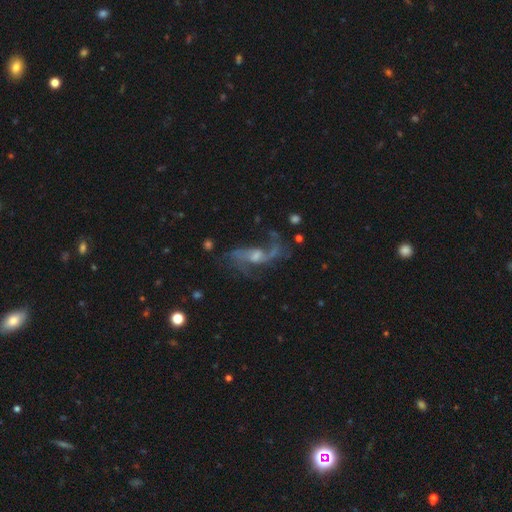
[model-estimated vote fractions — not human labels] The model was most divided on "bulge size": moderate: 45%, small: 40%, none: 7%, large: 6%, dominant: 2%. More confident: edge-on disk — no (91%); spiral arms — yes (89%); smooth or featured — featured or disk (80%); spiral winding — loose (77%); spiral arm count — 2 (74%); bar — no (52%); merging — none (50%).